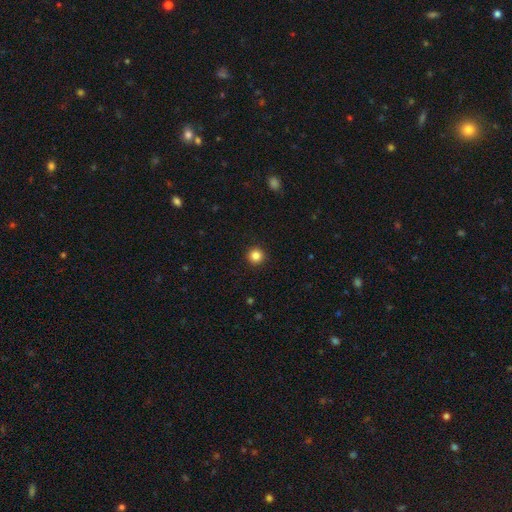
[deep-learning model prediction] A smooth galaxy with no disk features (84%) that is round (96%). Merging: none (93%).